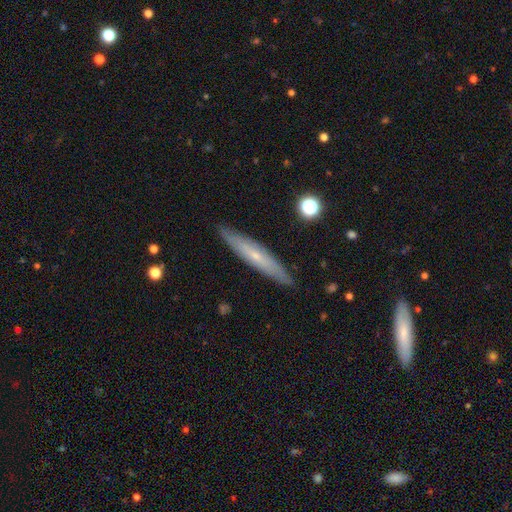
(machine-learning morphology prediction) A featured or disk galaxy (55%) viewed edge-on (81%).

Vote fractions:
- Smooth or featured? featured or disk: 55% / smooth: 38% / star or artifact: 7%
- Edge-on disk? yes: 81% / no: 19%
- Merging? none: 88% / minor disturbance: 10% / major disturbance: 2% / merger: 1%